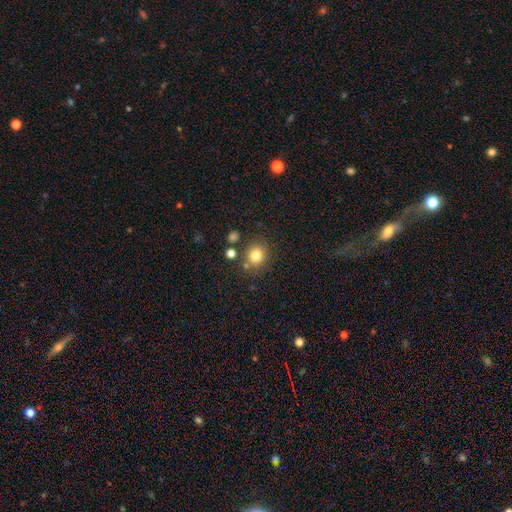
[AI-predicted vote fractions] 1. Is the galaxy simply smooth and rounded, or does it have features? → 81% smooth, 12% star or artifact, 7% featured or disk.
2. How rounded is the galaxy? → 84% round, 15% in between, 1% cigar-shaped.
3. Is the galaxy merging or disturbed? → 79% none, 10% minor disturbance, 8% merger, 4% major disturbance.